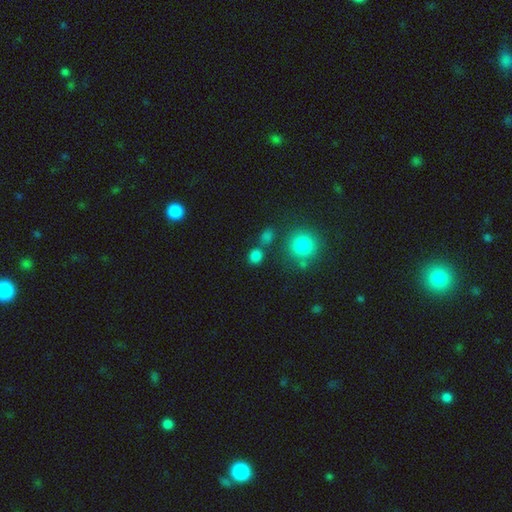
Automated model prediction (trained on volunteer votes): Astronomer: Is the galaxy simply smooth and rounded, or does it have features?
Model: smooth — 80%.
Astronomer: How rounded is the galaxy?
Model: round — 82%.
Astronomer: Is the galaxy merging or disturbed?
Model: none — 71%.